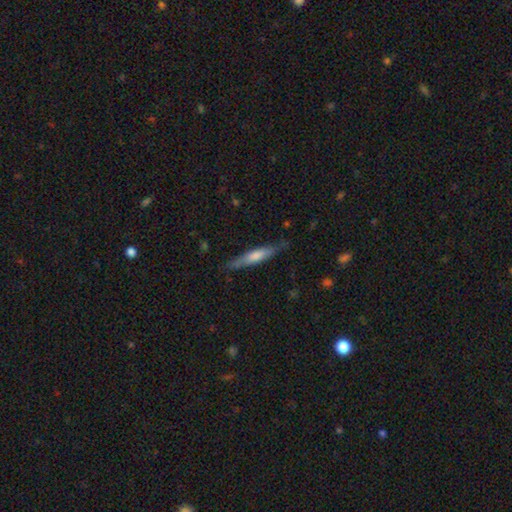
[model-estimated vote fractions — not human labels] smooth_or_featured: featured or disk (p=0.54) [alt: smooth p=0.39]
disk_edge_on: yes (p=0.93) [alt: no p=0.07]
edge_on_bulge: rounded (p=0.53) [alt: none p=0.26]
merging: none (p=0.84) [alt: minor disturbance p=0.12]